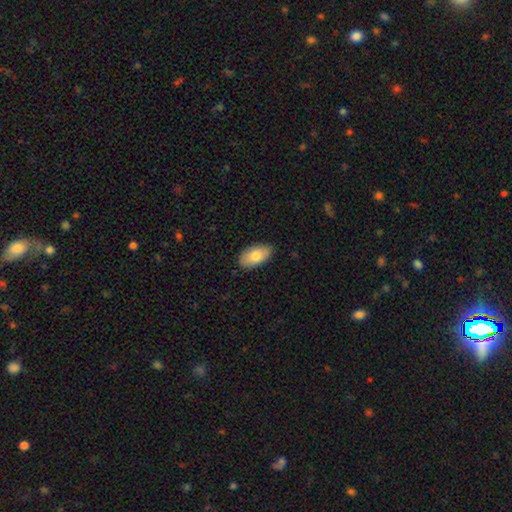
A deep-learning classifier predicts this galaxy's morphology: Overall: smooth (78%). How rounded: in between (94%). Merging: none (85%).